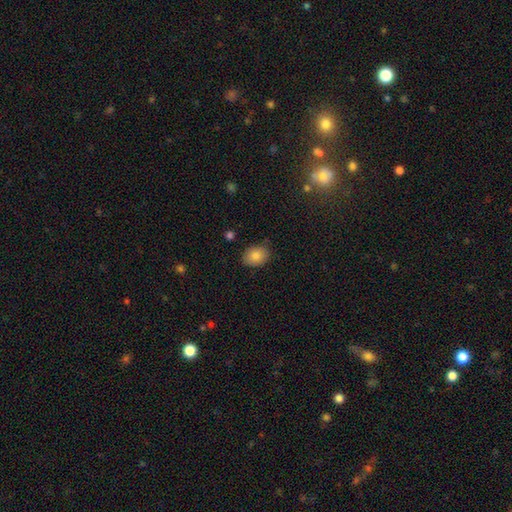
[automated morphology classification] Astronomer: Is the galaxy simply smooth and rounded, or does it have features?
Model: smooth — 83%.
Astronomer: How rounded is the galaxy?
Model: in between — 66%.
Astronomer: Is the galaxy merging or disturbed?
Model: none — 79%.